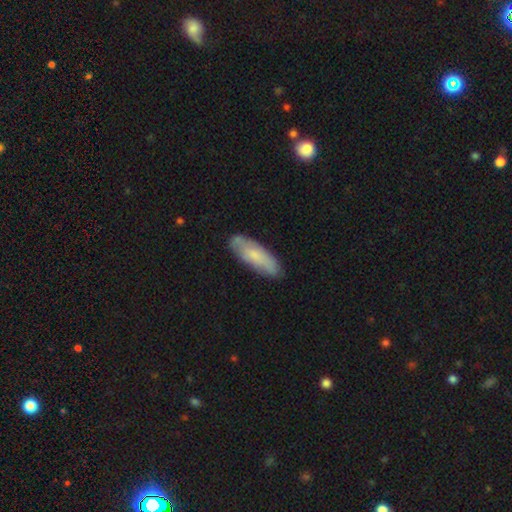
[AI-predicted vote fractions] This appears to be a smooth galaxy with no disk features (68%) that is in between round and cigar-shaped (58%). Merging: none (76%).